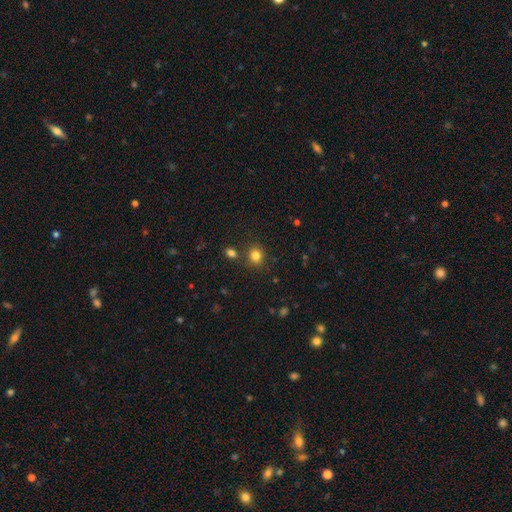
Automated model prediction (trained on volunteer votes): Overall: smooth (81%). How rounded: round (79%). Merging: none (78%).